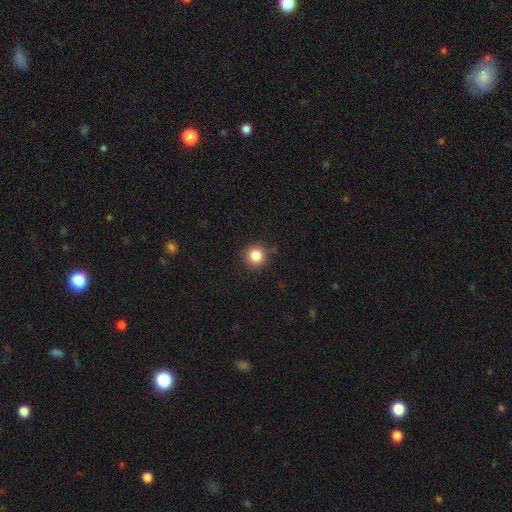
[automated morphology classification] Overall: smooth (84%). How rounded: round (94%). Merging: none (86%).